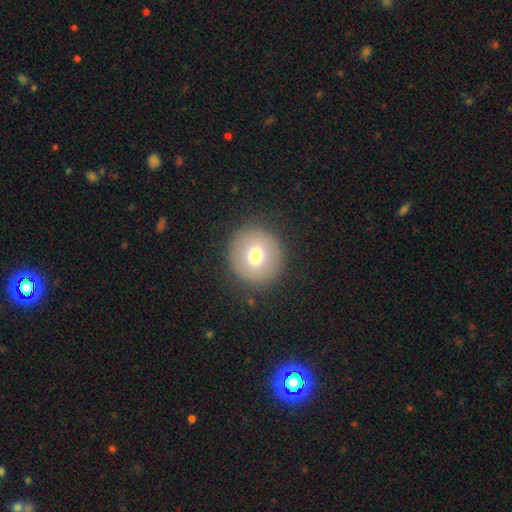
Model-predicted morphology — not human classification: A smooth galaxy with no disk features (72%) that is round (94%).

Vote fractions:
- Smooth or featured? smooth: 72% / featured or disk: 16% / star or artifact: 11%
- How rounded? round: 94% / in between: 5% / cigar-shaped: 1%
- Merging? none: 89% / minor disturbance: 7% / major disturbance: 3% / merger: 1%